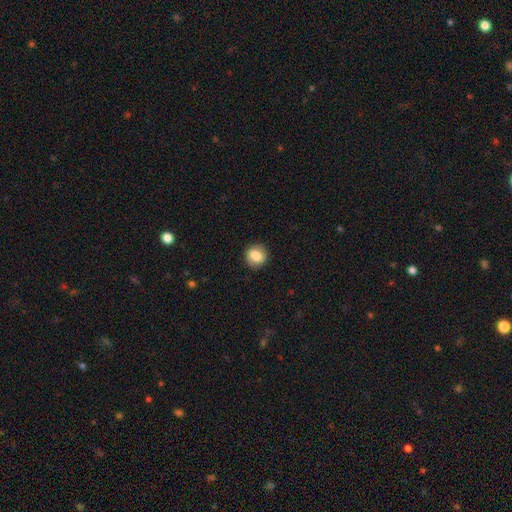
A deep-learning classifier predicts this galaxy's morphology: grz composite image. It shows a smooth galaxy with no disk features (80%) that is round (81%). Merging: none (88%).